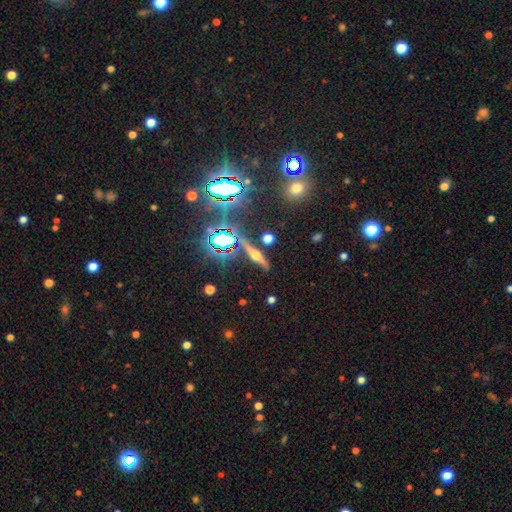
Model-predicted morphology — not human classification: featured or disk 61%, star or artifact 20%, smooth 18%. Down the decision tree: edge-on disk — yes (94%); edge-on bulge — rounded (95%); merging — none (83%).